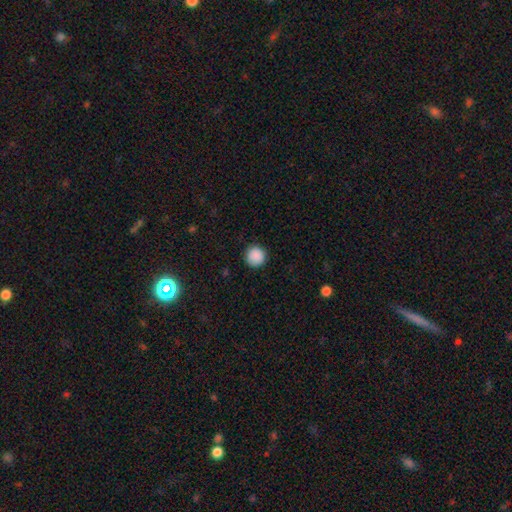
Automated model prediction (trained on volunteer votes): This is clearly a smooth galaxy (89%). How rounded: clearly round (96%). Merging: clearly none (91%).